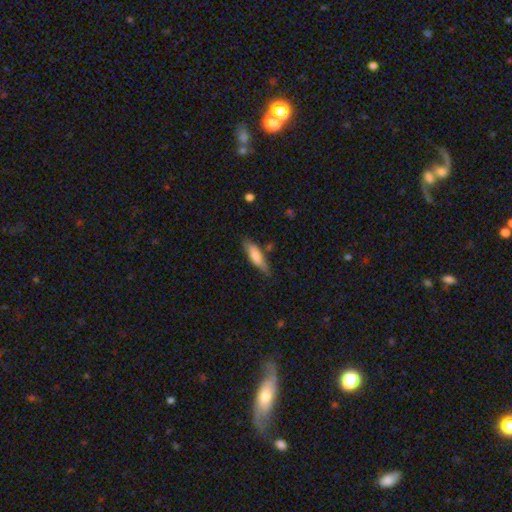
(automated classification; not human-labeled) smooth-or-featured: smooth: 76% | featured or disk: 18% | star or artifact: 6%
  how-rounded: cigar-shaped: 60% | in between: 38% | round: 2%
  merging: none: 73% | minor disturbance: 20% | major disturbance: 4% | merger: 4%